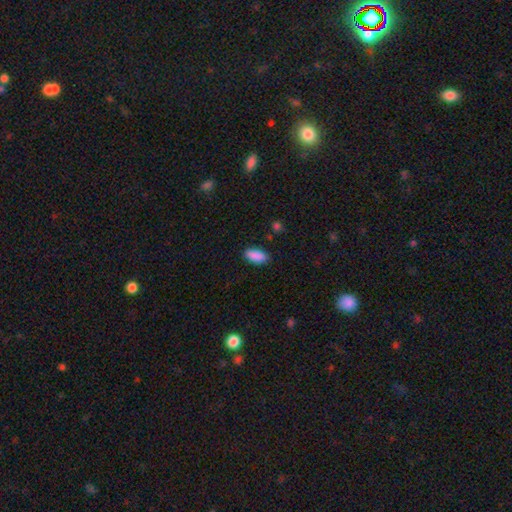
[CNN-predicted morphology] The model was most divided on "merging": none: 87%, minor disturbance: 10%, major disturbance: 2%, merger: 1%. More confident: smooth or featured — smooth (90%); how rounded — in between (88%).